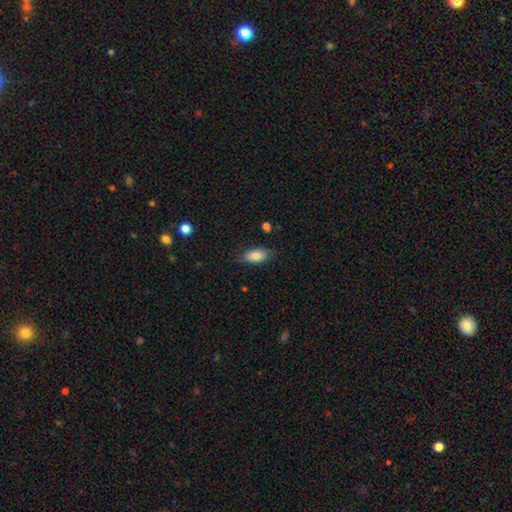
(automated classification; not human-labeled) Smooth or featured: smooth — 81% (featured or disk — 12%)
How rounded: in between — 89% (cigar-shaped — 7%)
Merging: none — 78% (minor disturbance — 17%)